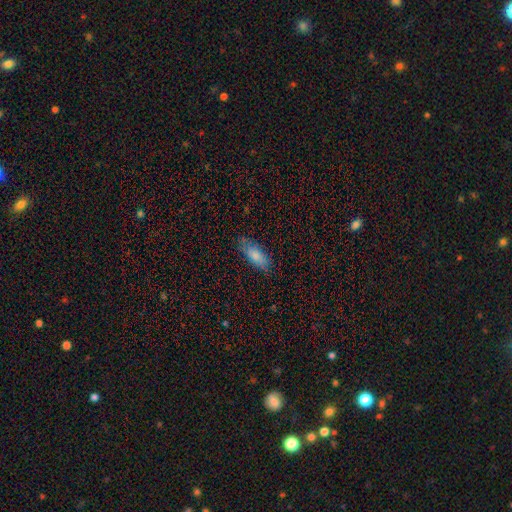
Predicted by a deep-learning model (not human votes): smooth_or_featured: smooth (p=0.80) [alt: featured or disk p=0.12]
how_rounded: in between (p=0.77) [alt: cigar-shaped p=0.21]
merging: none (p=0.78) [alt: minor disturbance p=0.17]